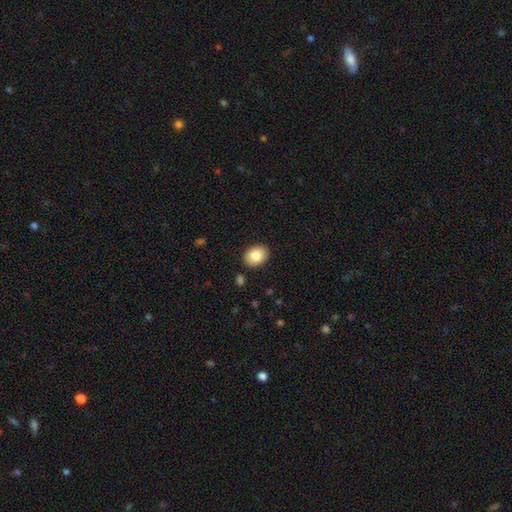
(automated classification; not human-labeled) Smooth or featured: smooth — 84% (featured or disk — 8%)
How rounded: in between — 65% (round — 34%)
Merging: none — 89% (minor disturbance — 8%)